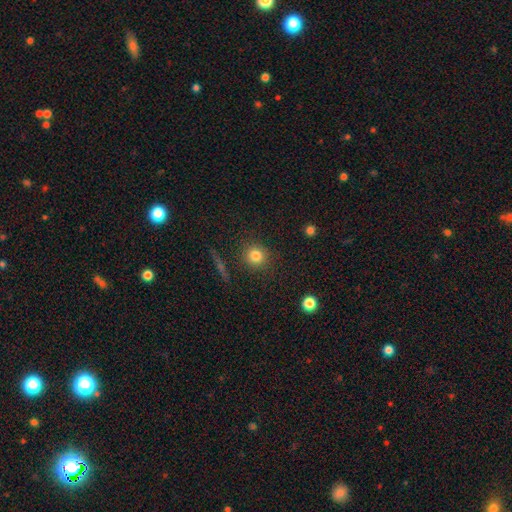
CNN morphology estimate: smooth_or_featured: smooth (p=0.81) [alt: star or artifact p=0.12]
how_rounded: round (p=0.90) [alt: in between p=0.09]
merging: none (p=0.87) [alt: minor disturbance p=0.08]